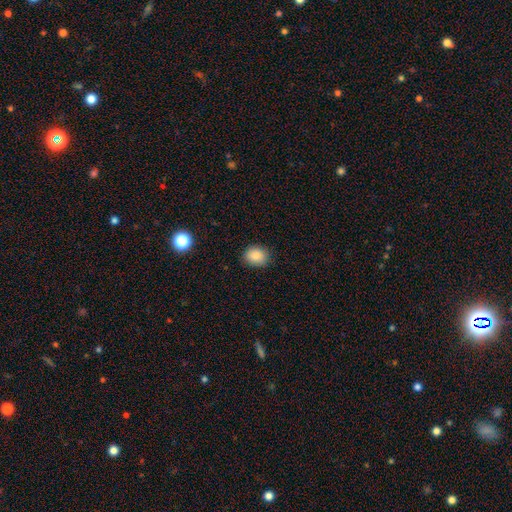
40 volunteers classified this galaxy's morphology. A smooth galaxy with no disk features (95%) that is round (74%). Merging: none (82%).